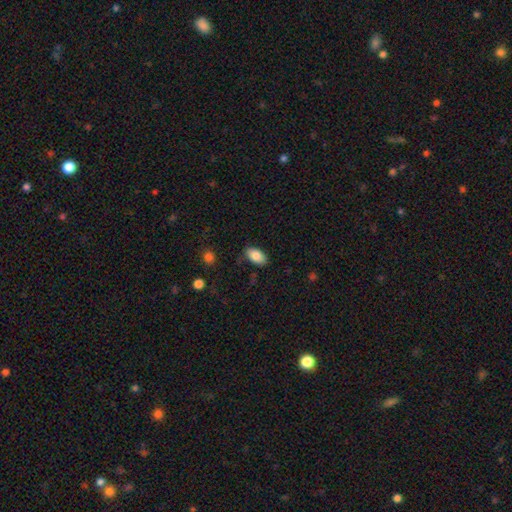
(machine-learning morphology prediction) Q: Smooth or featured?
A: smooth (85%); runner-up: featured or disk (8%)
Q: How rounded?
A: in between (94%); runner-up: round (4%)
Q: Merging?
A: none (83%); runner-up: minor disturbance (13%)